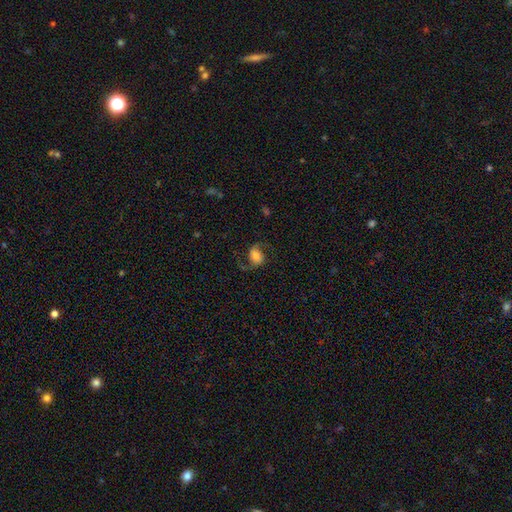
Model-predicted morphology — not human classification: type=featured or disk (66%); edge-on=no (97%); bar=no (44%); spiral arms=yes (93%); winding=loose (56%); arm count=2 (92%); bulge=moderate (40%); merging=none (71%).